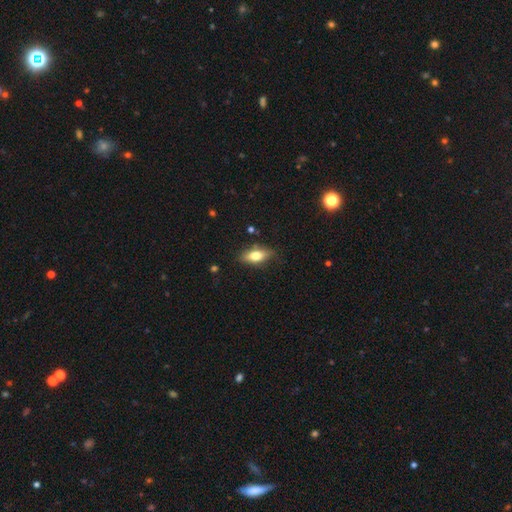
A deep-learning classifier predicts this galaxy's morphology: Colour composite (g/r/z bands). It shows a smooth galaxy with no disk features (72%) that is in between round and cigar-shaped (82%). Merging: none (77%).